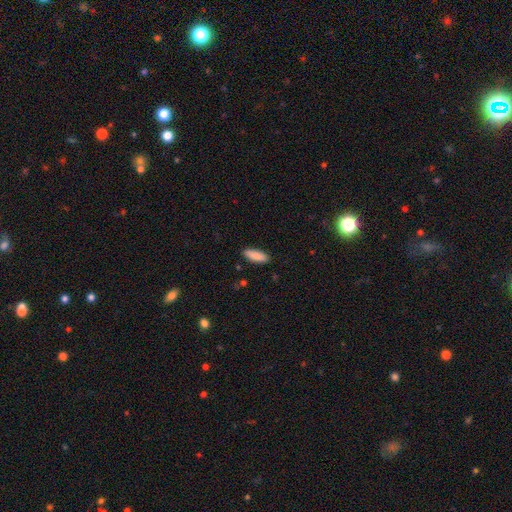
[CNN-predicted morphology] type=smooth (89%); roundness=in between (56%); merging=none (89%).